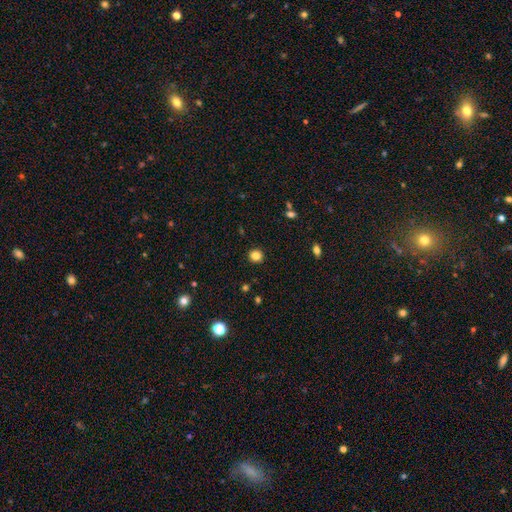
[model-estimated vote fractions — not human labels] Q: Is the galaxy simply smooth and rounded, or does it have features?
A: smooth — 83%.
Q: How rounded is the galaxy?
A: round — 90%.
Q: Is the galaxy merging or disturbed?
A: none — 92%.